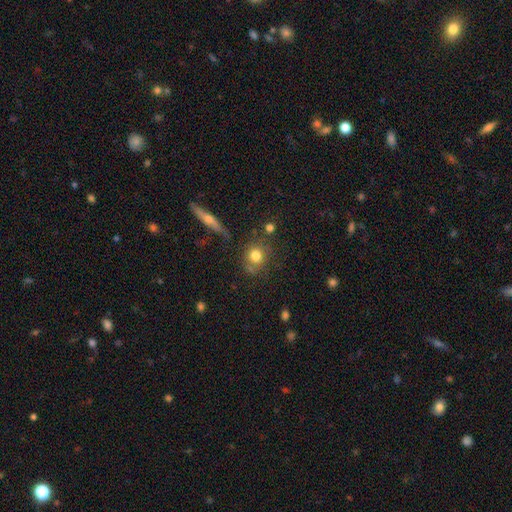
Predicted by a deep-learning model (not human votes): A smooth galaxy with no disk features (76%) that is round (82%).

Vote fractions:
- Smooth or featured? smooth: 76% / featured or disk: 13% / star or artifact: 11%
- How rounded? round: 82% / in between: 16% / cigar-shaped: 2%
- Merging? none: 69% / minor disturbance: 15% / merger: 10% / major disturbance: 6%